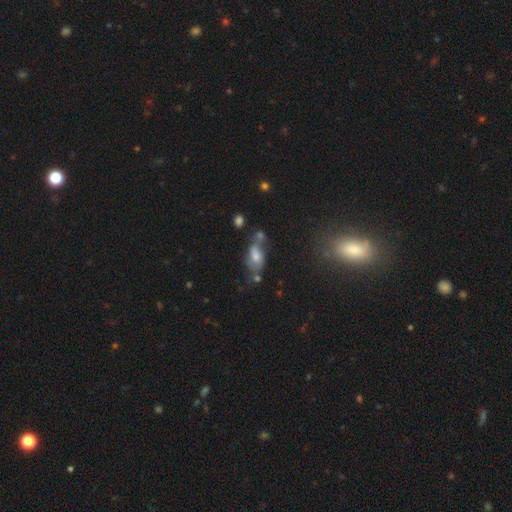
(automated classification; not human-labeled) Smooth or featured? smooth (55%)
How rounded? in between (84%)
Merging? none (33%)